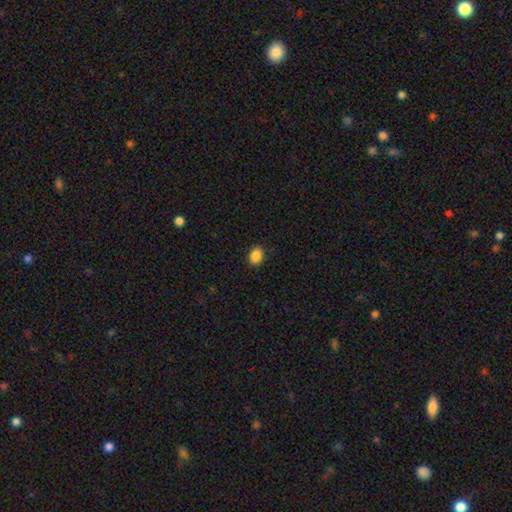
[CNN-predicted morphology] A smooth galaxy with no disk features (88%) that is in between round and cigar-shaped (72%).

Vote fractions:
- Smooth or featured? smooth: 88% / star or artifact: 8% / featured or disk: 4%
- How rounded? in between: 72% / round: 27% / cigar-shaped: 1%
- Merging? none: 89% / minor disturbance: 8% / major disturbance: 2% / merger: 1%